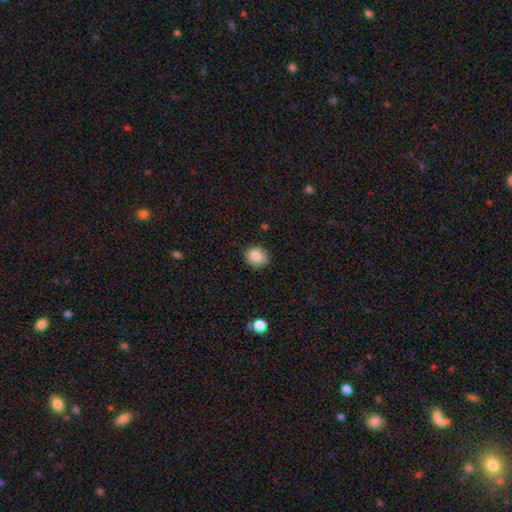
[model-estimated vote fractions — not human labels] smooth-or-featured: smooth: 84% | star or artifact: 9% | featured or disk: 7%
  how-rounded: round: 69% | in between: 30% | cigar-shaped: 1%
  merging: none: 82% | minor disturbance: 14% | major disturbance: 2% | merger: 1%